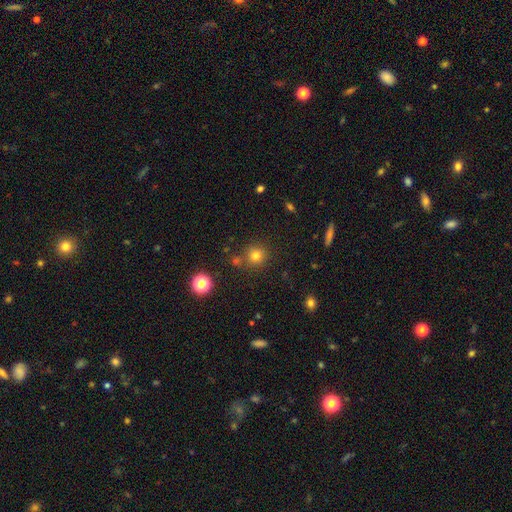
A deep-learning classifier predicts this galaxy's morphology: The model was most divided on "smooth or featured": smooth: 76%, star or artifact: 17%, featured or disk: 7%. More confident: how rounded — round (92%); merging — none (78%).